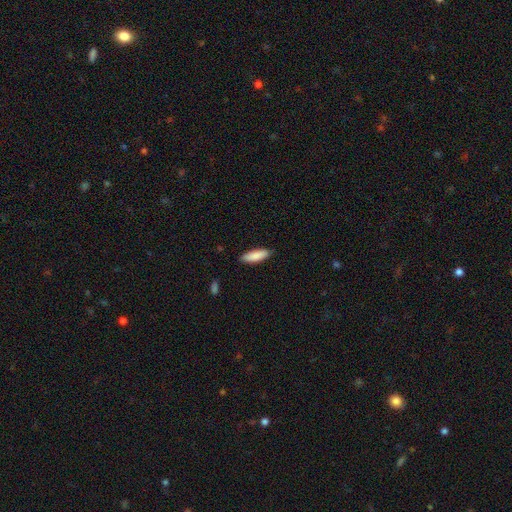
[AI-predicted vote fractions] Morphology: type=smooth (88%); roundness=in between (51%); merging=none (87%).